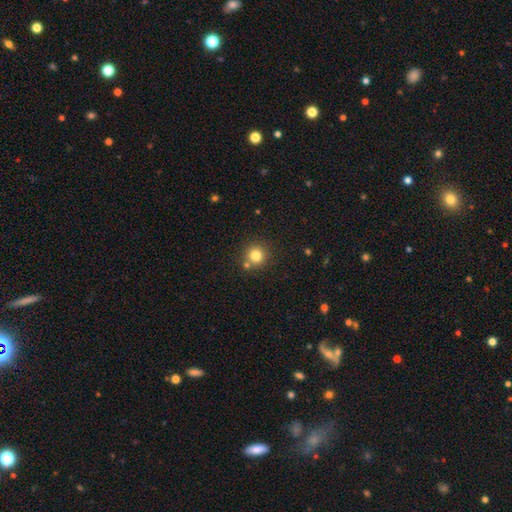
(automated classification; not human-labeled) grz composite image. It shows a smooth galaxy with no disk features (80%) that is round (93%). Merging: none (78%).